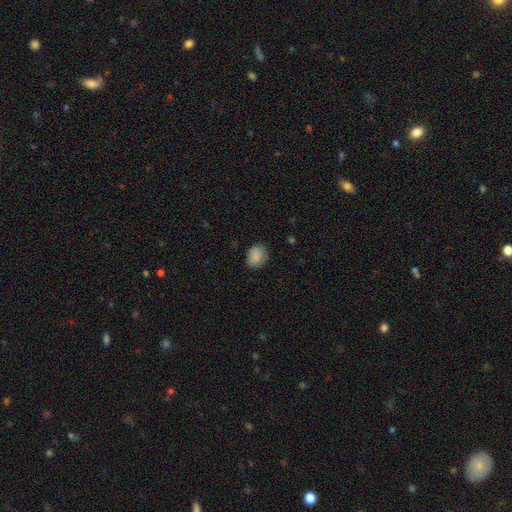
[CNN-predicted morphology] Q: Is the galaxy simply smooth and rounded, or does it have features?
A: smooth — 84%.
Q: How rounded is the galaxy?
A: in between — 52%.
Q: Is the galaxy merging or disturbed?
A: none — 77%.